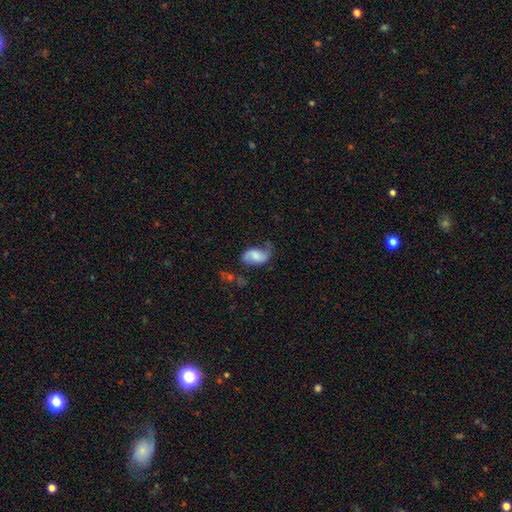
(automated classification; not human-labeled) This is possibly a featured or disk galaxy (47%). Merging: marginally none (45%).